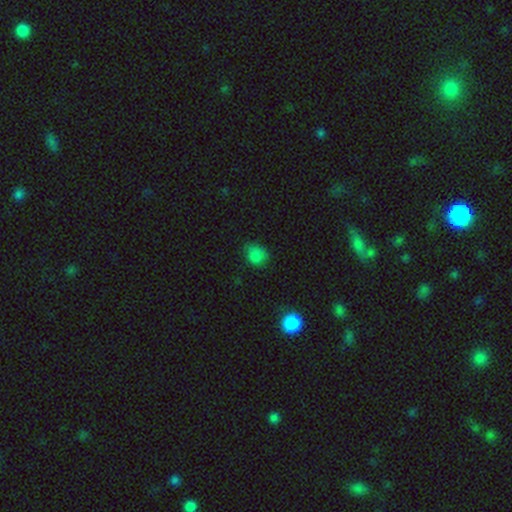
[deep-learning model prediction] Overall: smooth (80%). How rounded: round (64%; in between 35%). Merging: none (60%; minor disturbance 29%).